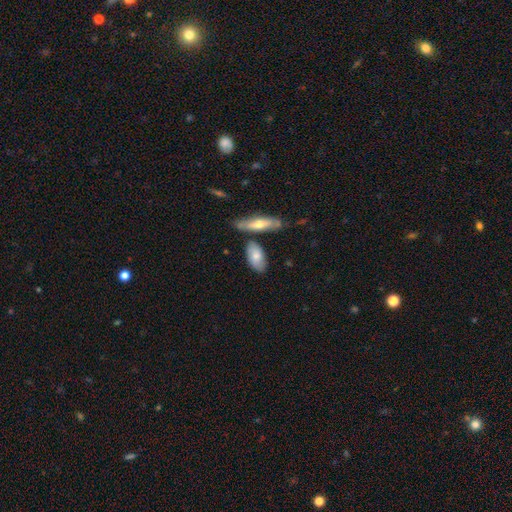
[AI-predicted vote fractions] A smooth galaxy with no disk features (69%) that is in between round and cigar-shaped (86%). Merging: none (64%).